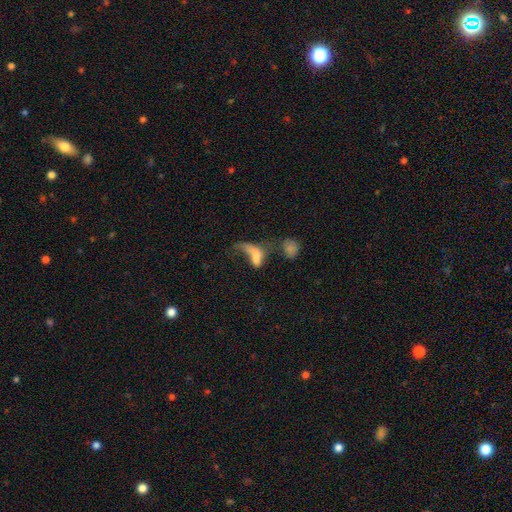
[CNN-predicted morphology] This is possibly a smooth galaxy (56%). How rounded: likely in between (70%). Merging: possibly major disturbance (46%).